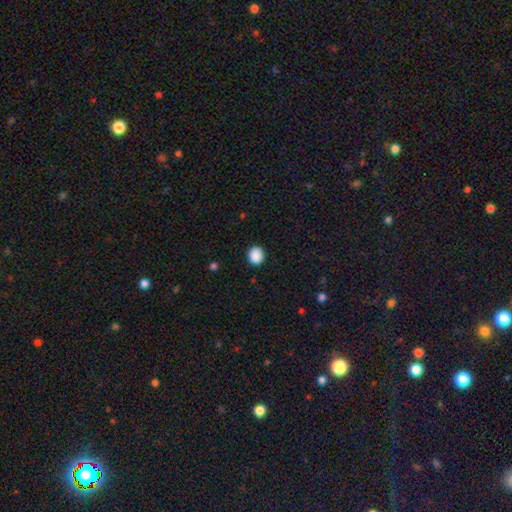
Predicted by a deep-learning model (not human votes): smooth_or_featured: smooth (p=0.89) [alt: star or artifact p=0.09]
how_rounded: round (p=0.81) [alt: in between p=0.18]
merging: none (p=0.90) [alt: minor disturbance p=0.07]